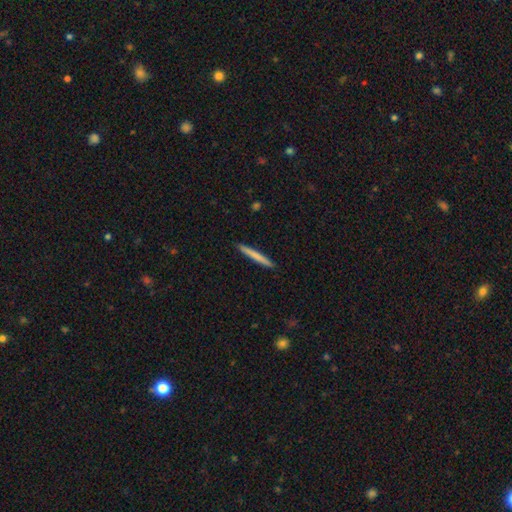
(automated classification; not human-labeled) smooth-or-featured: smooth: 69% | featured or disk: 26% | star or artifact: 5%
  how-rounded: cigar-shaped: 97% | in between: 2% | round: 1%
  merging: none: 93% | minor disturbance: 5% | major disturbance: 1% | merger: 1%